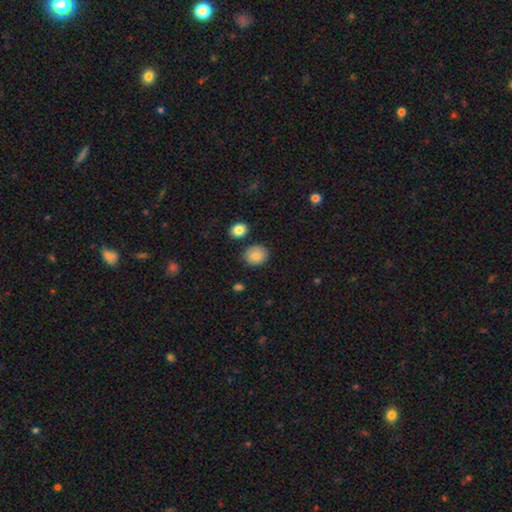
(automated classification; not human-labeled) Morphology: type=smooth (86%); roundness=round (67%); merging=none (80%).